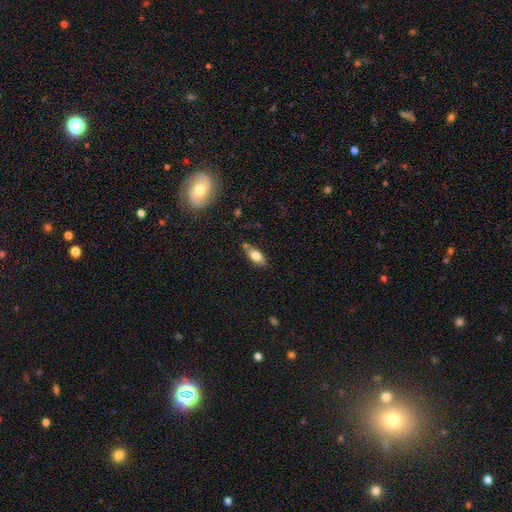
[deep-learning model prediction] A smooth galaxy with no disk features (78%) that is in between round and cigar-shaped (83%).

Vote fractions:
- Smooth or featured? smooth: 78% / featured or disk: 15% / star or artifact: 7%
- How rounded? in between: 83% / cigar-shaped: 13% / round: 3%
- Merging? none: 68% / minor disturbance: 19% / merger: 9% / major disturbance: 4%